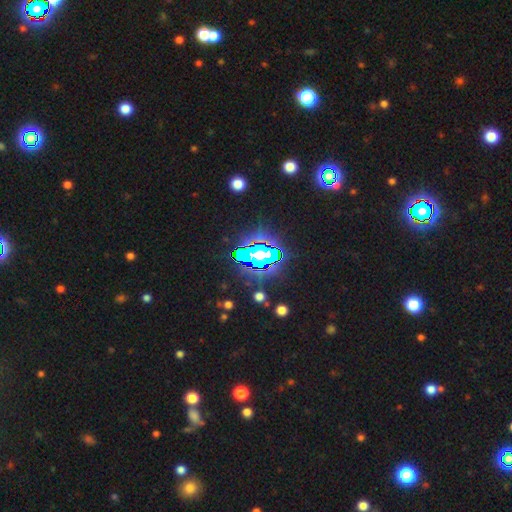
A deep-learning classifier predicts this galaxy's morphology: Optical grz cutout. It shows a star or artifact, not a galaxy (83%).